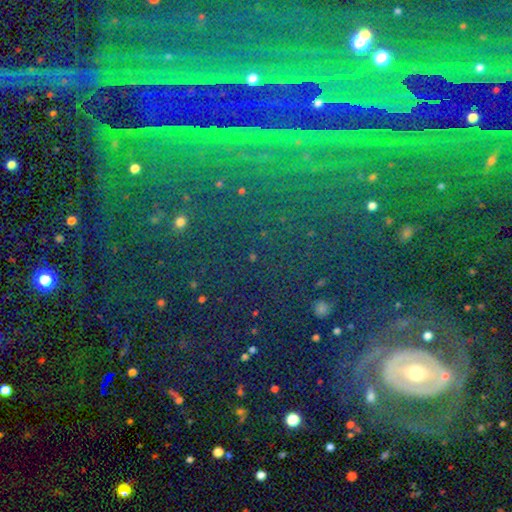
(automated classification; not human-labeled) Q: Smooth or featured?
A: star or artifact (66%); runner-up: featured or disk (20%)